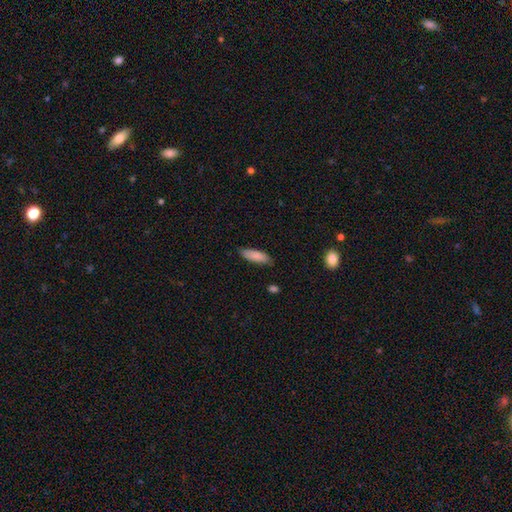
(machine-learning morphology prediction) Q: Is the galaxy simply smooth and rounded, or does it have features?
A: smooth — 86%.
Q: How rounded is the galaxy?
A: in between — 60%.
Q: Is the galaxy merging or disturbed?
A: none — 80%.